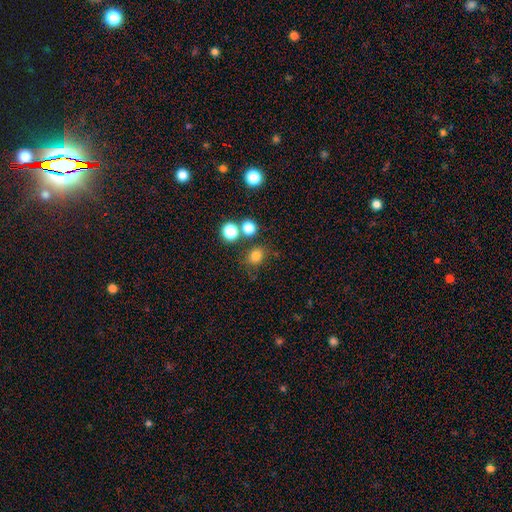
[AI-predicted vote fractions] A smooth galaxy with no disk features (79%) that is round (68%).

Vote fractions:
- Smooth or featured? smooth: 79% / star or artifact: 16% / featured or disk: 6%
- How rounded? round: 68% / in between: 31% / cigar-shaped: 1%
- Merging? none: 74% / minor disturbance: 11% / merger: 10% / major disturbance: 4%